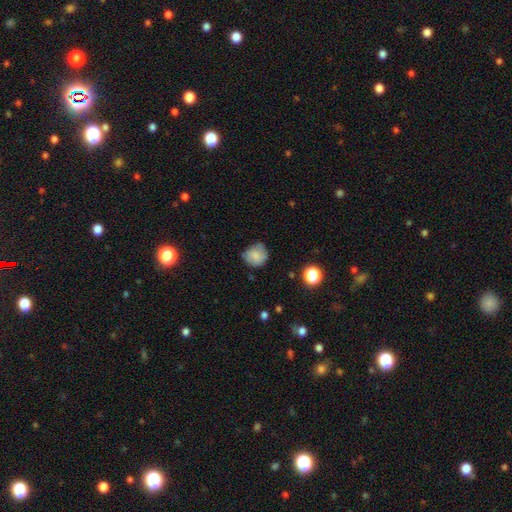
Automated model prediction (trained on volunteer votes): Smooth or featured? smooth (79%)
How rounded? round (83%)
Merging? none (65%)